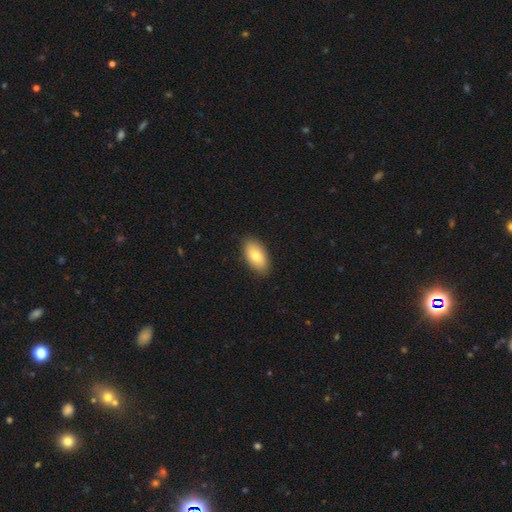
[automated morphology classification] This appears to be a smooth galaxy with no disk features (79%) that is in between round and cigar-shaped (94%). Merging: none (88%).